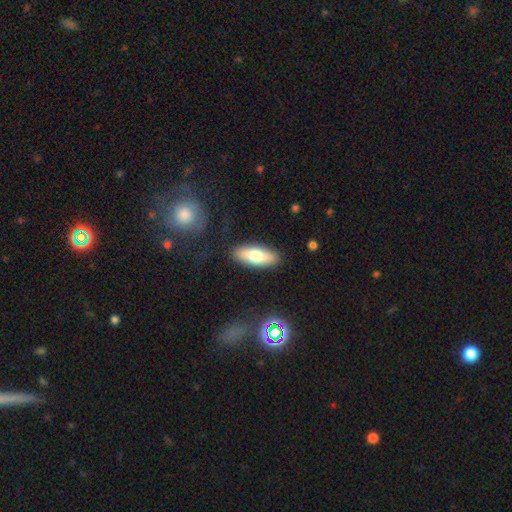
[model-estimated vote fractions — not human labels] A smooth galaxy with no disk features (70%) that is in between round and cigar-shaped (71%).

Vote fractions:
- Smooth or featured? smooth: 70% / featured or disk: 23% / star or artifact: 7%
- How rounded? in between: 71% / cigar-shaped: 27% / round: 3%
- Merging? none: 87% / minor disturbance: 9% / major disturbance: 2% / merger: 2%